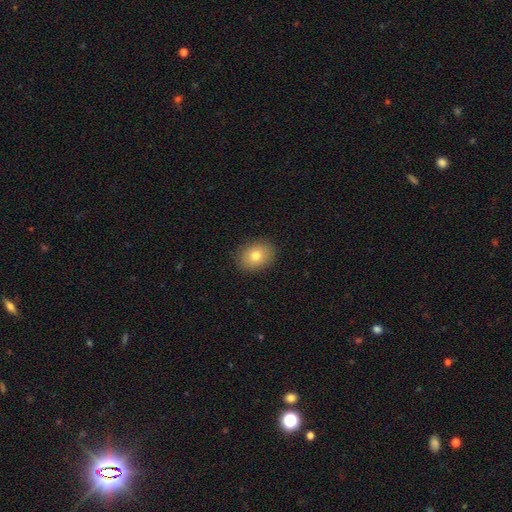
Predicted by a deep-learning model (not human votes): Smooth or featured: smooth — 79% (featured or disk — 12%)
How rounded: in between — 67% (round — 32%)
Merging: none — 89% (minor disturbance — 8%)